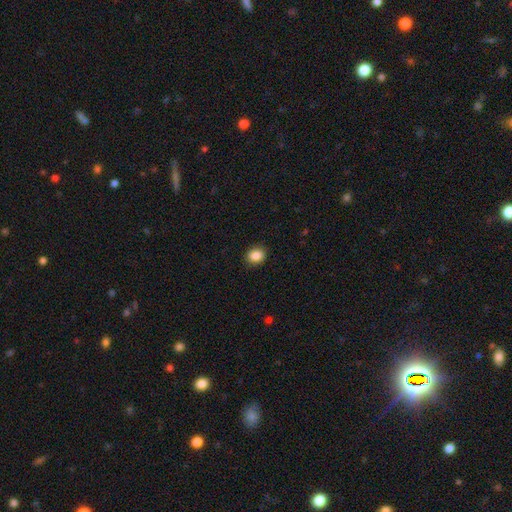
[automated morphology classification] smooth 87%, star or artifact 9%, featured or disk 4%. Down the decision tree: how rounded — round (59%); merging — none (88%).